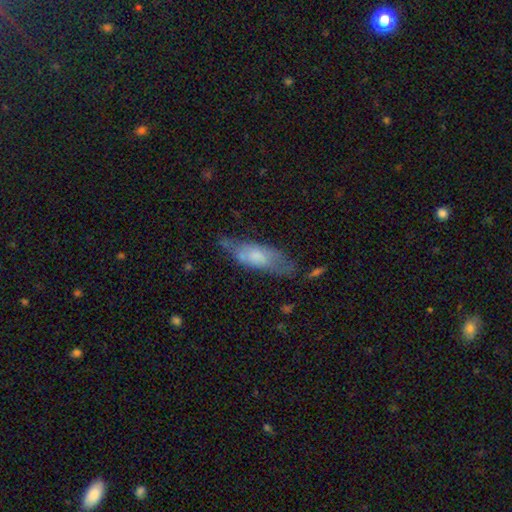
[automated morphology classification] Smooth or featured: smooth — 55% (featured or disk — 38%)
How rounded: in between — 55% (cigar-shaped — 43%)
Merging: none — 54% (minor disturbance — 29%)